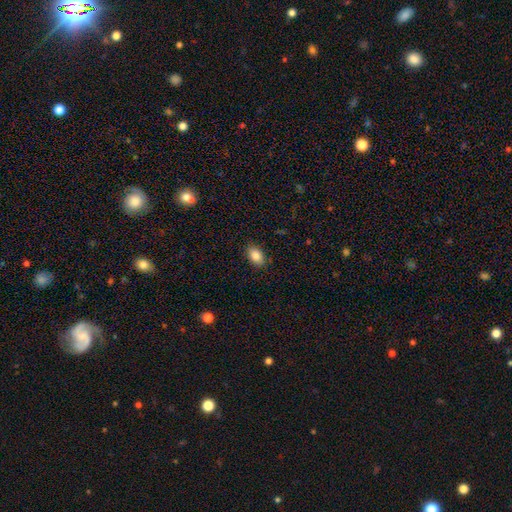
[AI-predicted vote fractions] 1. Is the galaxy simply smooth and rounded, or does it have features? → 87% smooth, 8% star or artifact, 5% featured or disk.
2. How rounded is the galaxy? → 87% in between, 12% round, 1% cigar-shaped.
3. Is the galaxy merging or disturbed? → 88% none, 9% minor disturbance, 2% major disturbance, 1% merger.